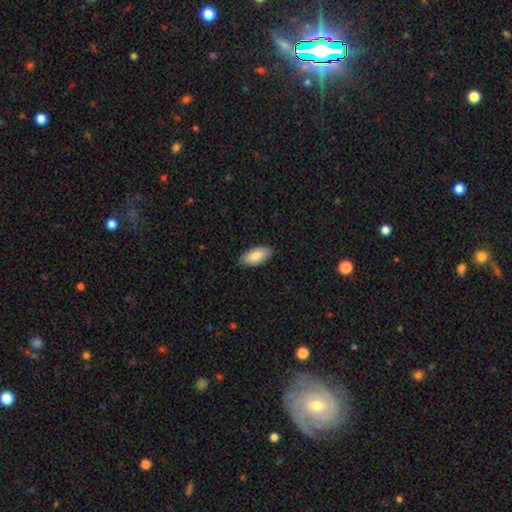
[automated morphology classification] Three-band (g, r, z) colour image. It shows a smooth galaxy with no disk features (79%) that is in between round and cigar-shaped (93%). Merging: none (87%).